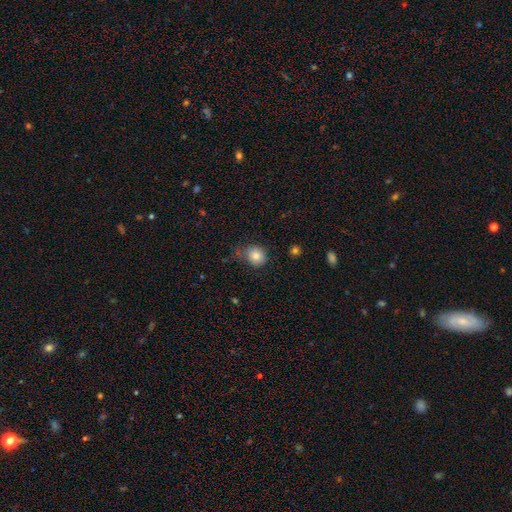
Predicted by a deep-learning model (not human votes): smooth_or_featured: smooth (p=0.82) [alt: star or artifact p=0.10]
how_rounded: round (p=0.82) [alt: in between p=0.17]
merging: none (p=0.66) [alt: minor disturbance p=0.23]